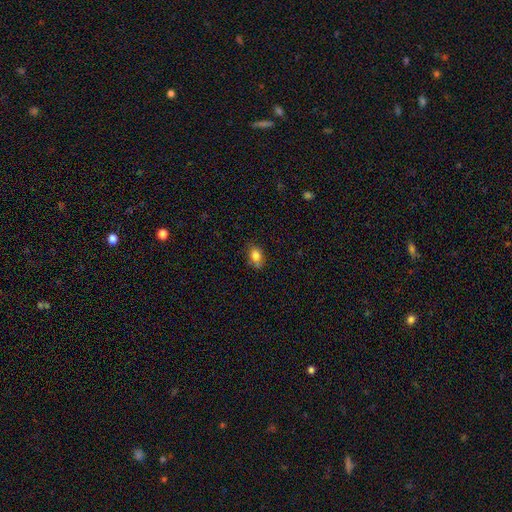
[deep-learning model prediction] This is likely a smooth galaxy (78%). How rounded: likely in between (66%). Merging: possibly none (57%).